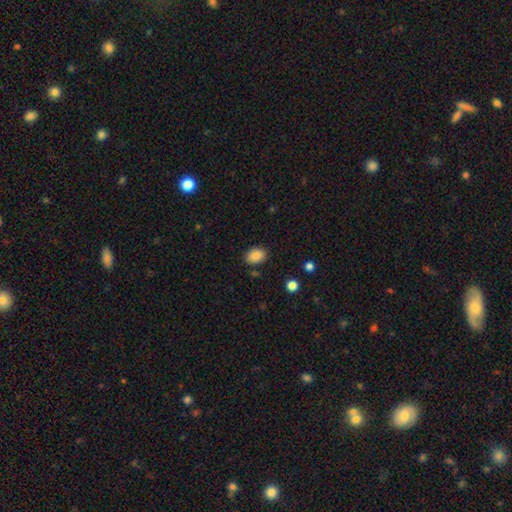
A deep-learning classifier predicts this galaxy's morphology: A smooth galaxy with no disk features (87%) that is in between round and cigar-shaped (71%). Merging: none (84%).